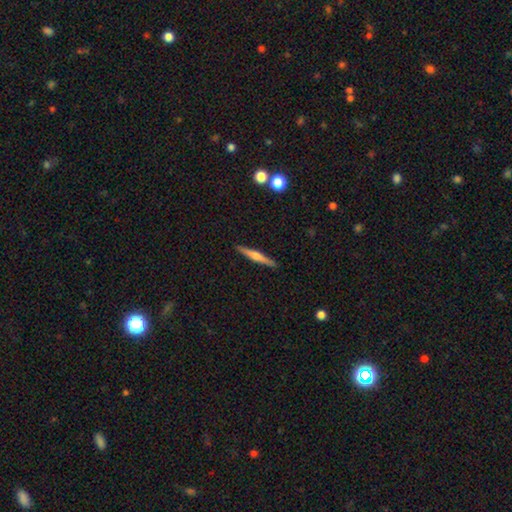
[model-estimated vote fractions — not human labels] Morphology: type=featured or disk (60%); edge-on=yes (98%); edge-on bulge=rounded (76%); merging=none (91%).